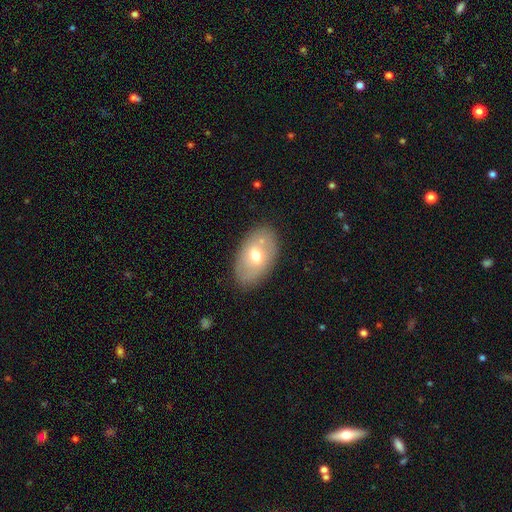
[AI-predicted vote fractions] Smooth or featured? smooth (60%)
How rounded? in between (89%)
Merging? none (77%)